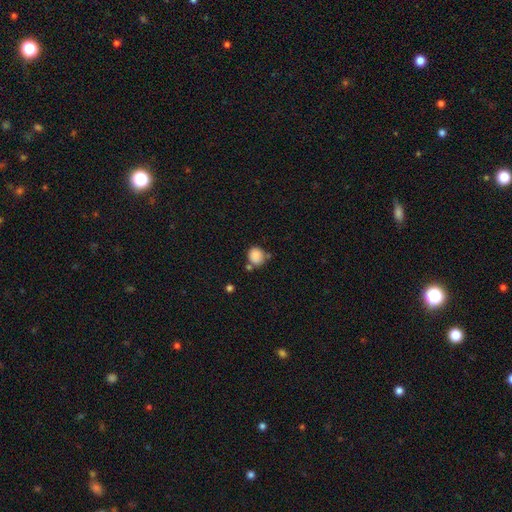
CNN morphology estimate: Smooth or featured: smooth — 86% (star or artifact — 9%)
How rounded: round — 74% (in between — 25%)
Merging: none — 60% (minor disturbance — 19%)